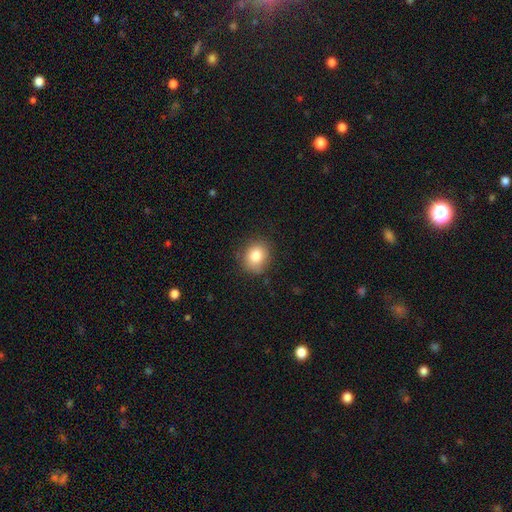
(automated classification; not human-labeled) This appears to be a smooth galaxy with no disk features (84%) that is round (66%). Merging: none (81%).